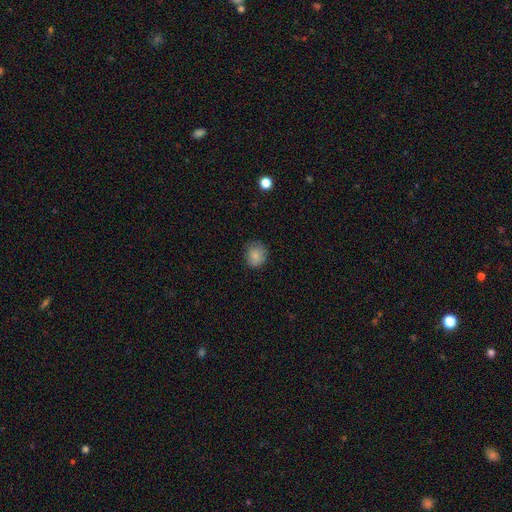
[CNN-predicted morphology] Overall: smooth (84%). How rounded: round (79%). Merging: none (77%).